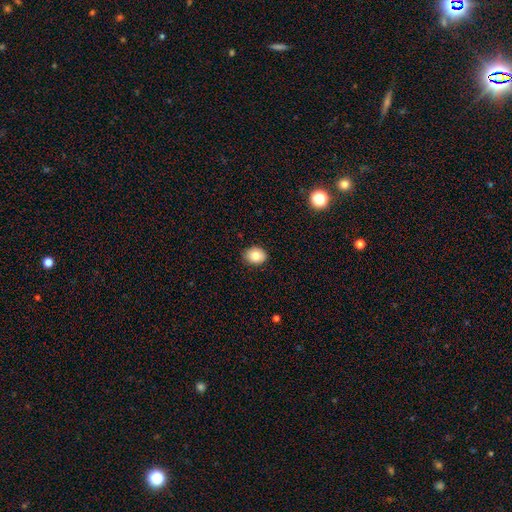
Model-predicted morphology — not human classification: Smooth or featured: smooth — 84% (star or artifact — 9%)
How rounded: in between — 51% (round — 48%)
Merging: none — 87% (minor disturbance — 10%)